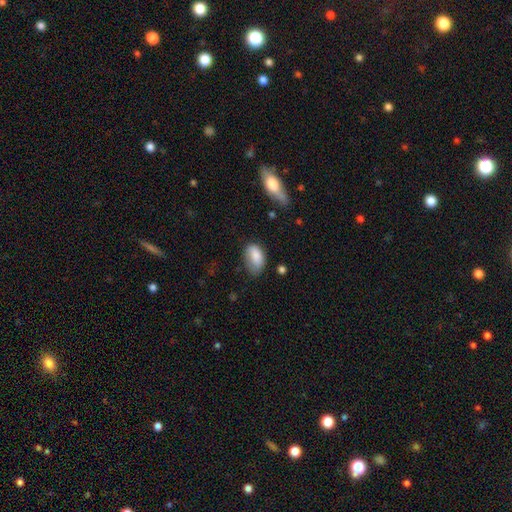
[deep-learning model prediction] Smooth or featured? smooth (82%)
How rounded? in between (92%)
Merging? none (52%)